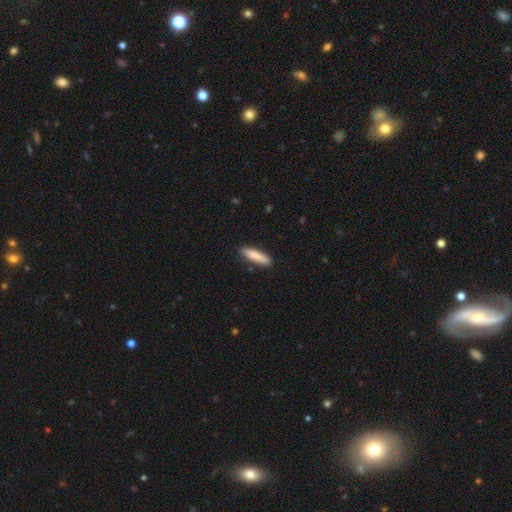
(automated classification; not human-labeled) Smooth or featured?
  - smooth: 84% *
  - featured or disk: 10%
  - star or artifact: 5%
How rounded?
  - cigar-shaped: 77% *
  - in between: 22%
  - round: 1%
Merging?
  - none: 86% *
  - minor disturbance: 10%
  - major disturbance: 2%
  - merger: 1%